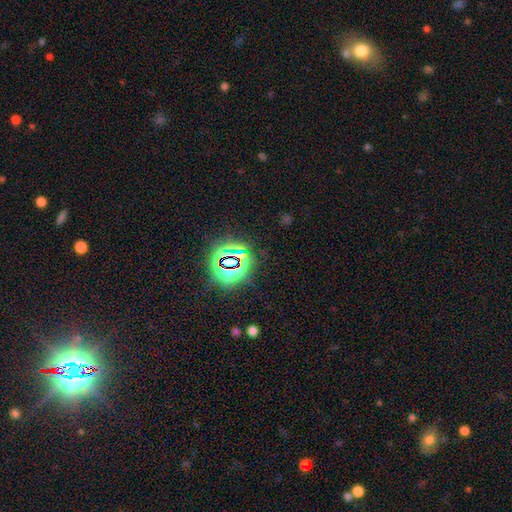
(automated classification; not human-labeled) Overall: star or artifact (82%).